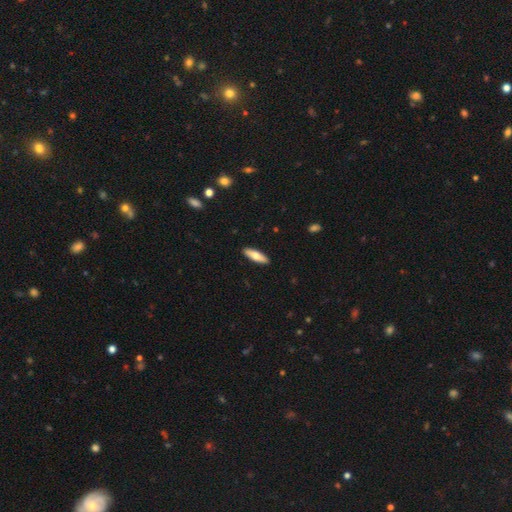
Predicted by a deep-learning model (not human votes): Overall: smooth (71%). How rounded: cigar-shaped (53%; in between 46%). Merging: none (91%).